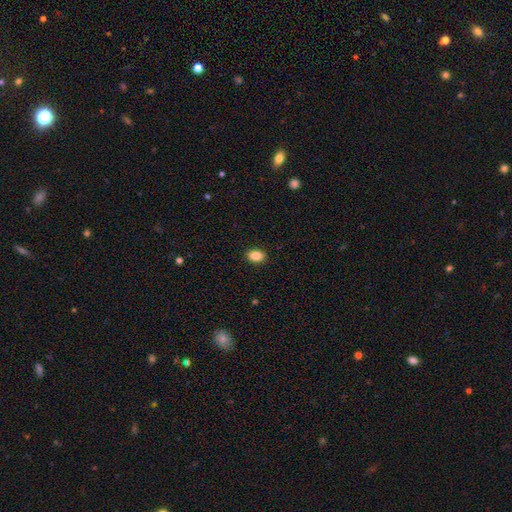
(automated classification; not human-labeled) smooth 86%, star or artifact 9%, featured or disk 5%. Down the decision tree: how rounded — in between (80%); merging — none (90%).